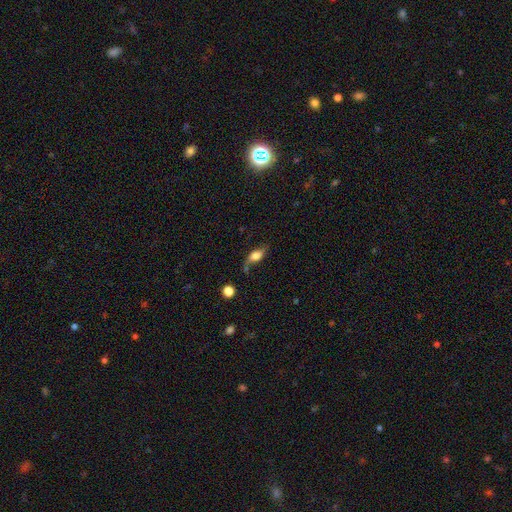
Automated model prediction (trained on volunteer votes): Smooth or featured: smooth — 61% (featured or disk — 30%)
How rounded: in between — 78% (cigar-shaped — 14%)
Merging: none — 54% (minor disturbance — 27%)